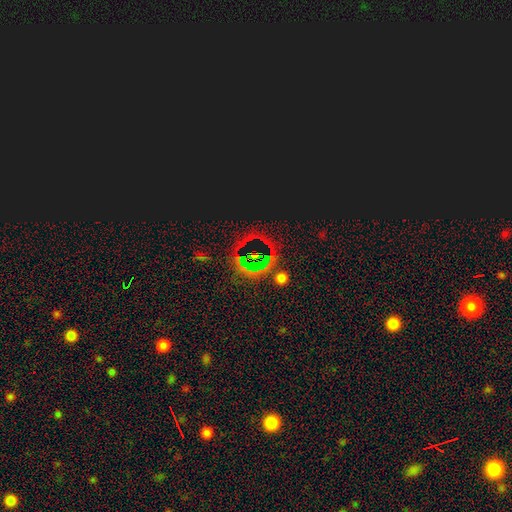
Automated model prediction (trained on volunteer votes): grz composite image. It shows a star or artifact, not a galaxy (74%).